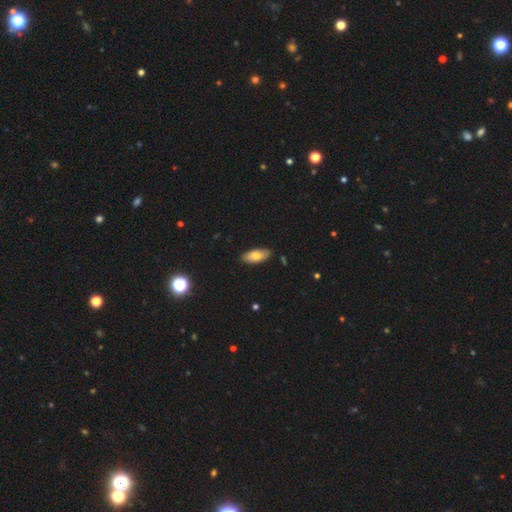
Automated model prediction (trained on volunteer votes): This appears to be a smooth galaxy with no disk features (75%) that is in between round and cigar-shaped (85%). Merging: none (86%).